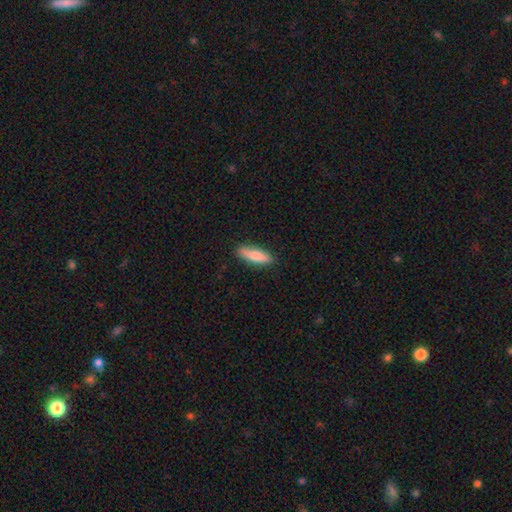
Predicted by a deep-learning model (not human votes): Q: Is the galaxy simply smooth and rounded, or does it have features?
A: smooth — 81%.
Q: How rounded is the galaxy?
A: cigar-shaped — 57%.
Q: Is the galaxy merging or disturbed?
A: none — 87%.